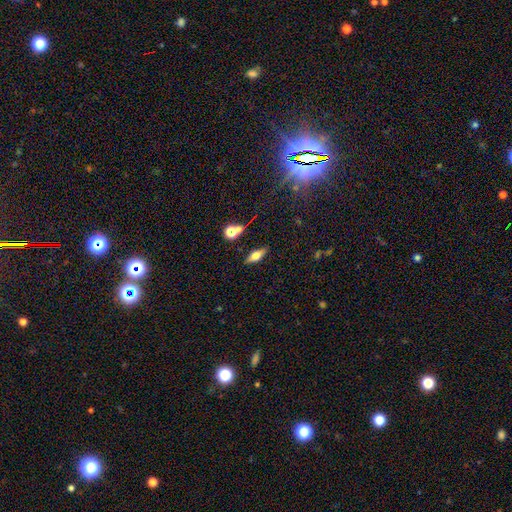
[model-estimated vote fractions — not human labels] Q: Smooth or featured?
A: smooth (50%); runner-up: featured or disk (37%)
Q: How rounded?
A: in between (66%); runner-up: cigar-shaped (28%)
Q: Merging?
A: none (84%); runner-up: minor disturbance (10%)